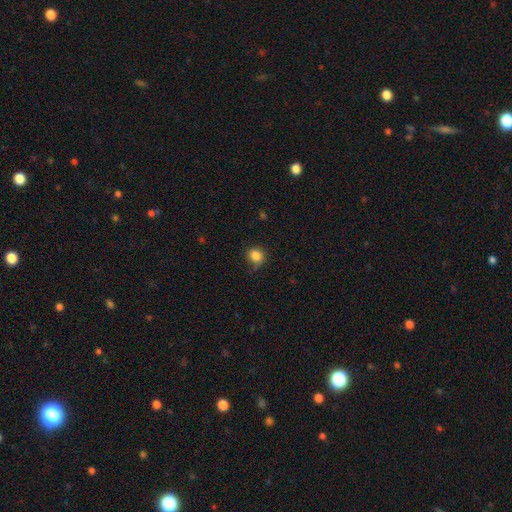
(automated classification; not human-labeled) smooth-or-featured: smooth: 84% | star or artifact: 11% | featured or disk: 5%
  how-rounded: round: 83% | in between: 16% | cigar-shaped: 1%
  merging: none: 74% | minor disturbance: 20% | major disturbance: 5% | merger: 1%